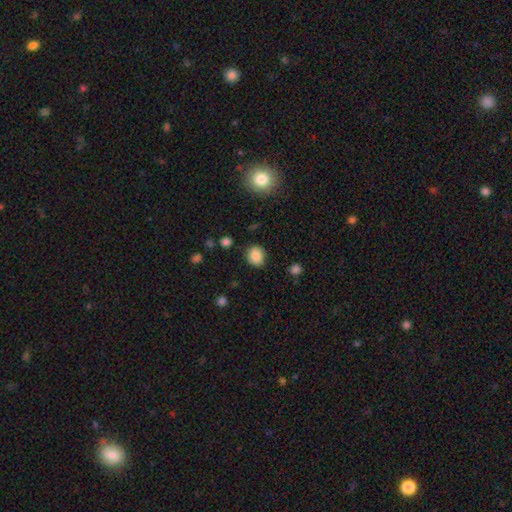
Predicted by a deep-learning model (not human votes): Smooth or featured? smooth (84%)
How rounded? round (70%)
Merging? none (85%)